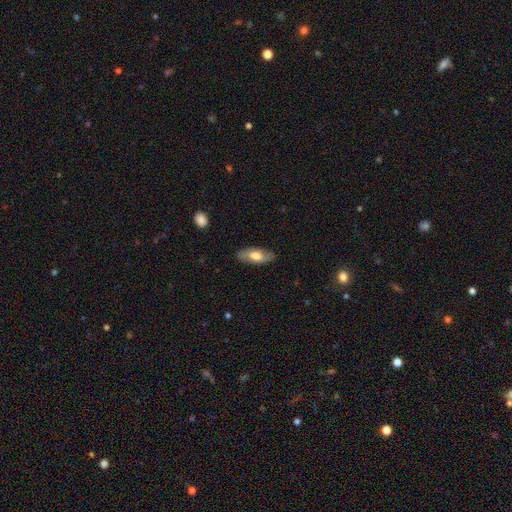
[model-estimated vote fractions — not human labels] Smooth or featured? Predicted: smooth (p=0.60). How rounded? Predicted: in between (p=0.81). Merging? Predicted: none (p=0.83).